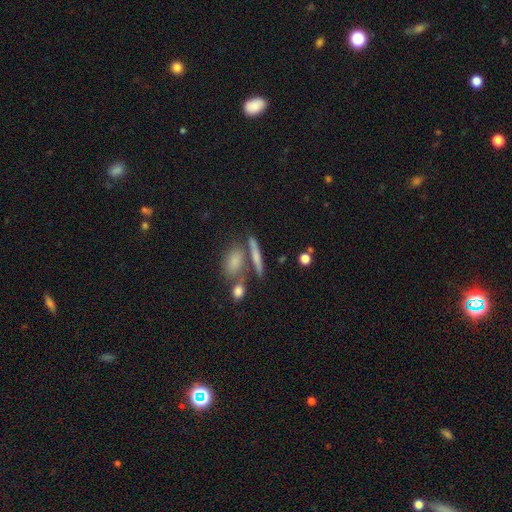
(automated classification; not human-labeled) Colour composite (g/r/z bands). It shows a smooth galaxy with no disk features (58%) that is cigar-shaped (67%). Merging: none (59%).